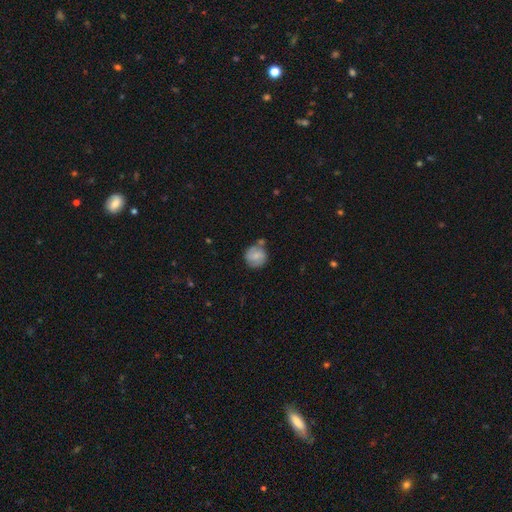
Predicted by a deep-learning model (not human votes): Smooth or featured: smooth — 59% (featured or disk — 33%)
How rounded: round — 87% (in between — 12%)
Merging: none — 62% (minor disturbance — 19%)